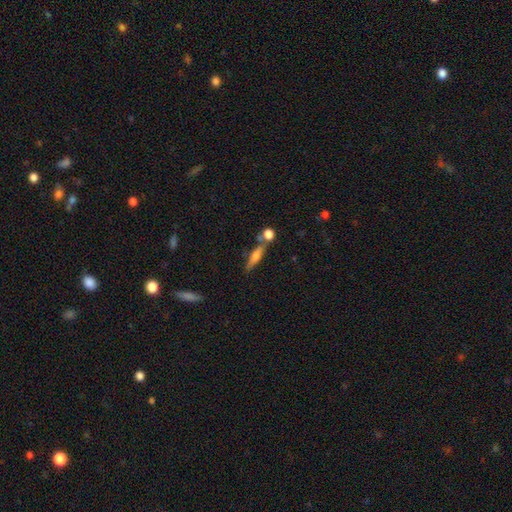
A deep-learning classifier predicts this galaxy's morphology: The model was most divided on "smooth or featured": smooth: 54%, featured or disk: 37%, star or artifact: 9%. More confident: how rounded — cigar-shaped (68%); merging — none (64%).